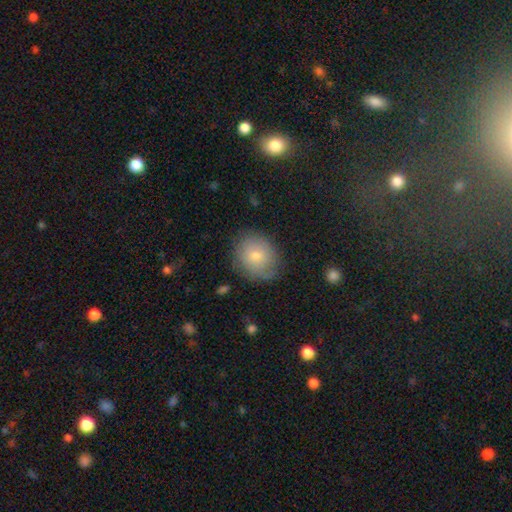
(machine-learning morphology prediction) The model was most divided on "how rounded": round: 71%, in between: 28%, cigar-shaped: 1%. More confident: merging — none (74%); smooth or featured — smooth (67%).